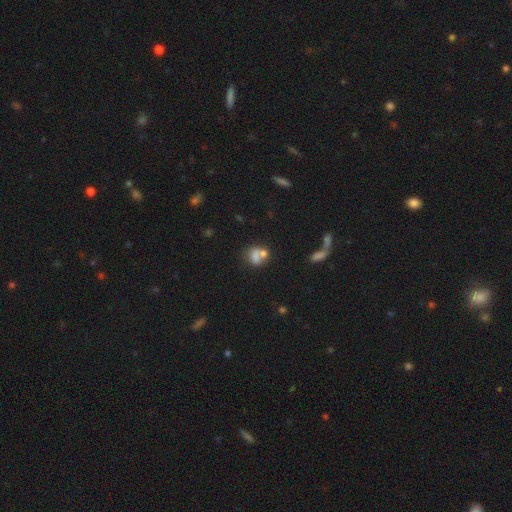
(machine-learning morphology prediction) smooth_or_featured: smooth (p=0.70) [alt: featured or disk p=0.18]
how_rounded: round (p=0.52) [alt: in between p=0.45]
merging: merger (p=0.45) [alt: none p=0.35]